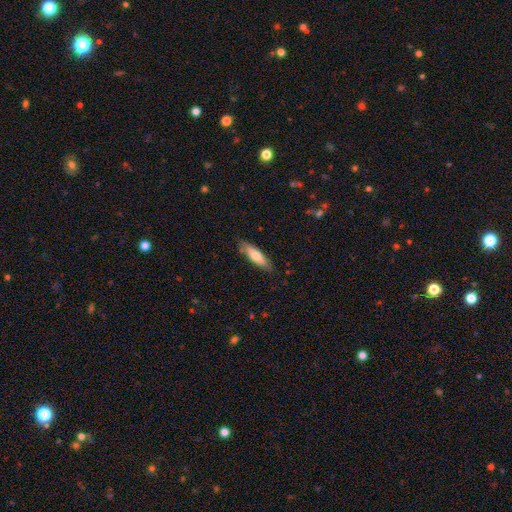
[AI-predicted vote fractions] smooth_or_featured: smooth (p=0.68) [alt: featured or disk p=0.26]
how_rounded: cigar-shaped (p=0.51) [alt: in between p=0.48]
merging: none (p=0.81) [alt: minor disturbance p=0.15]